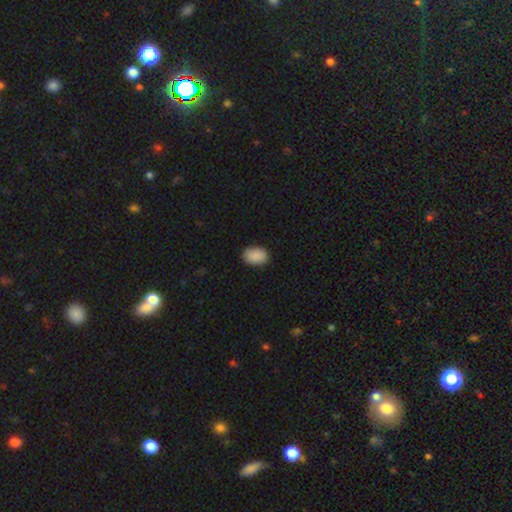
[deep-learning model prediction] Morphology: type=smooth (90%); roundness=in between (83%); merging=none (87%).